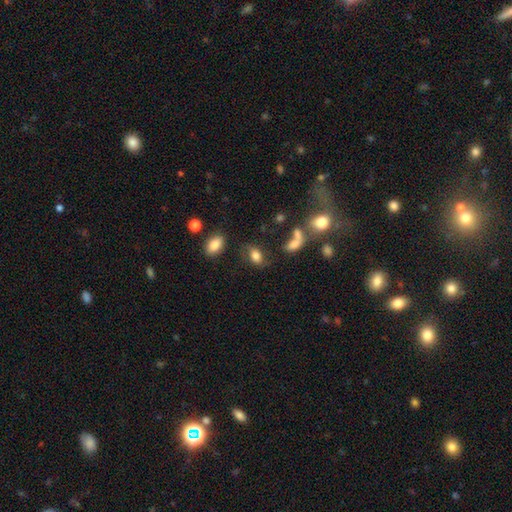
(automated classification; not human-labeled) This is likely a smooth galaxy (74%). How rounded: clearly in between (85%). Merging: likely none (62%).